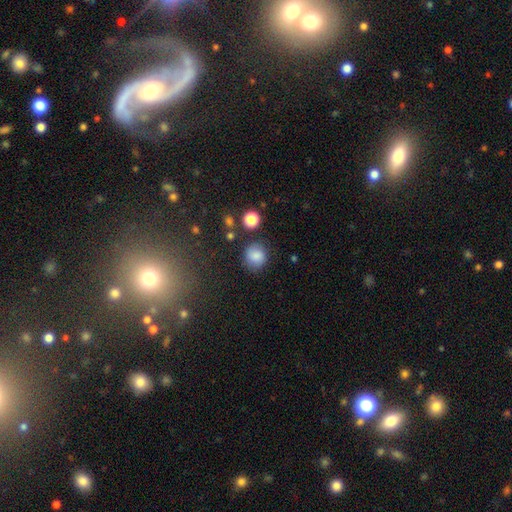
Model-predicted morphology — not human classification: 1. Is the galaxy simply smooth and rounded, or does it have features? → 83% smooth, 10% star or artifact, 7% featured or disk.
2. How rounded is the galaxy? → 84% round, 15% in between, 1% cigar-shaped.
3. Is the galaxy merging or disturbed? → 80% none, 13% minor disturbance, 4% major disturbance, 3% merger.